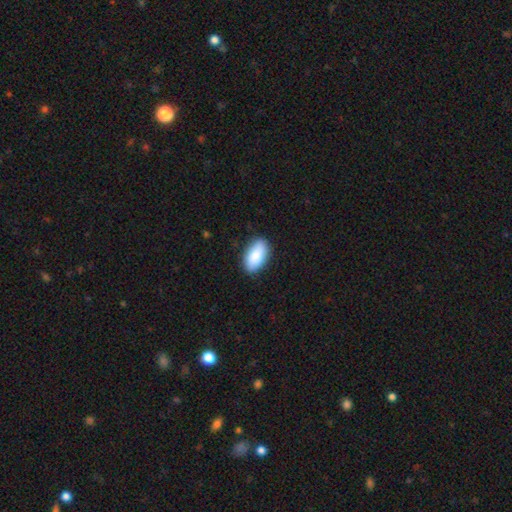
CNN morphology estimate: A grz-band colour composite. It shows a smooth galaxy with no disk features (88%) that is in between round and cigar-shaped (94%). Merging: none (86%).